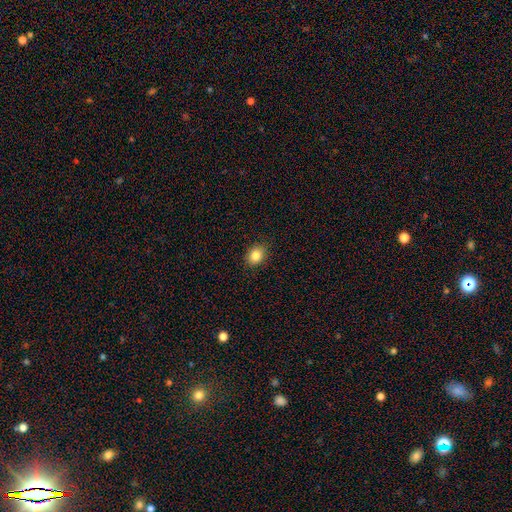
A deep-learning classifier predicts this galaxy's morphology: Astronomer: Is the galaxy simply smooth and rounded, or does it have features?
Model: smooth — 84%.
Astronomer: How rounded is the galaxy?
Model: round — 50% (runner-up: in between, 49%).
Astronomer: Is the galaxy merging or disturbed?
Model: none — 87%.